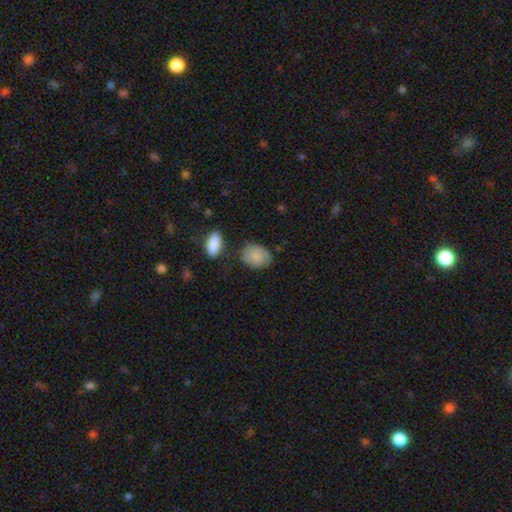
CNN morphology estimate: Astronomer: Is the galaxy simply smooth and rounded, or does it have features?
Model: smooth — 87%.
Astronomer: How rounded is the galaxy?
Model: in between — 69%.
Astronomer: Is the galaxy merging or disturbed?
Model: none — 70%.